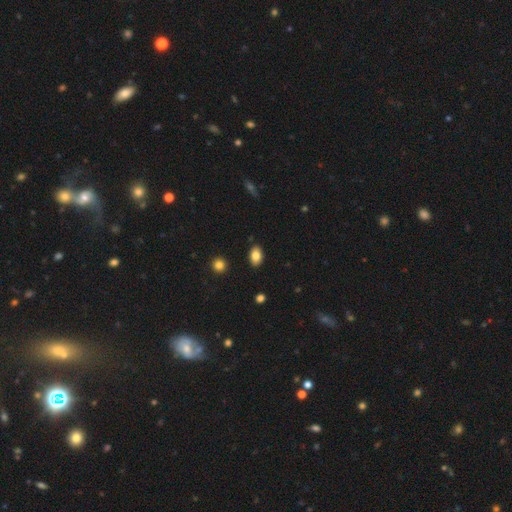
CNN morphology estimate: Overall: smooth (84%). How rounded: in between (88%). Merging: none (88%).